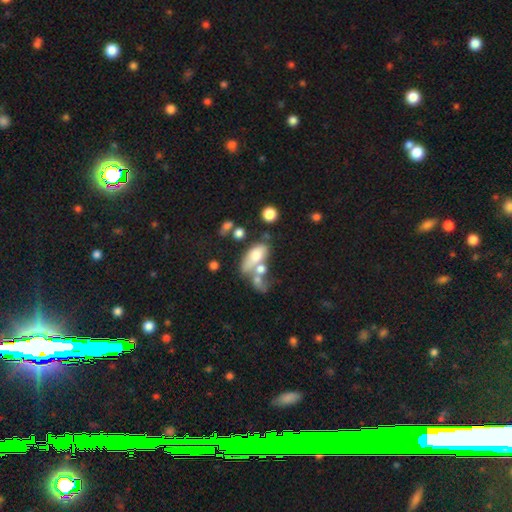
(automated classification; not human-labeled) A smooth galaxy with no disk features (60%) that is in between round and cigar-shaped (84%). Merging: merger (50%).